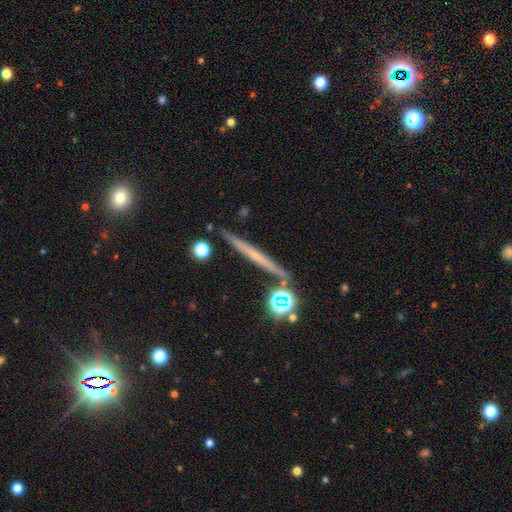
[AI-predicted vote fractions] Q: Smooth or featured?
A: featured or disk (57%); runner-up: smooth (34%)
Q: Edge-on disk?
A: yes (96%); runner-up: no (4%)
Q: Edge-on bulge?
A: none (75%); runner-up: rounded (18%)
Q: Merging?
A: none (86%); runner-up: minor disturbance (7%)